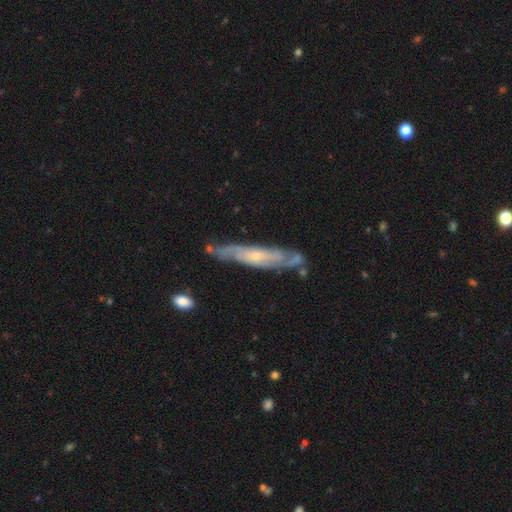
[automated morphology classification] The model was most divided on "edge-on disk": no: 59%, yes: 41%. More confident: smooth or featured — featured or disk (77%); merging — none (69%).